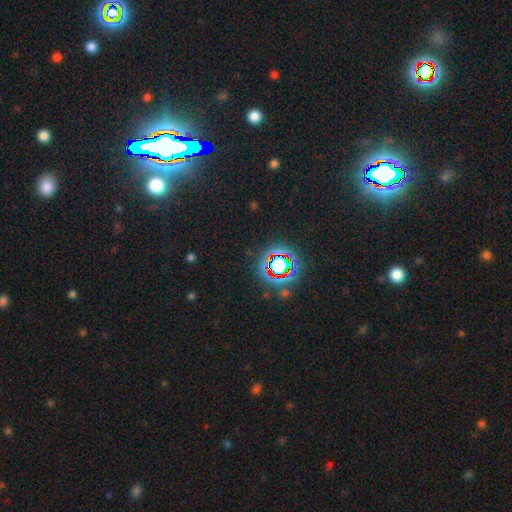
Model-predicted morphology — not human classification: smooth-or-featured: star or artifact: 80% | smooth: 11% | featured or disk: 10%